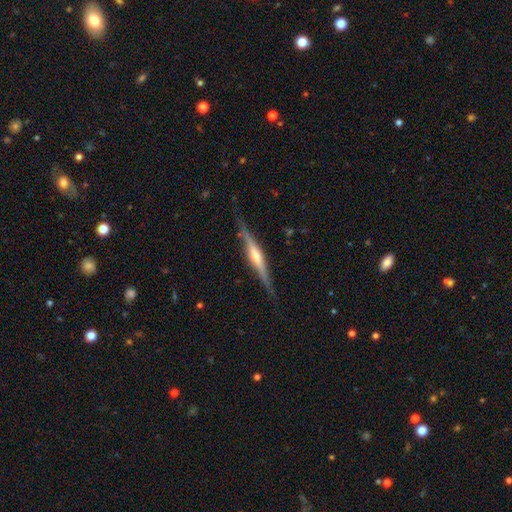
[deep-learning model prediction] featured or disk 70%, smooth 25%, star or artifact 6%. Down the decision tree: edge-on disk — yes (97%); edge-on bulge — rounded (61%); merging — none (85%).